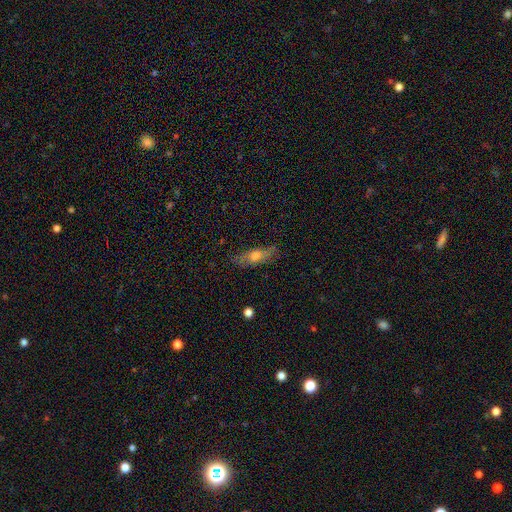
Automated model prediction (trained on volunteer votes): The model was most divided on "how rounded": in between: 51%, cigar-shaped: 45%, round: 4%. More confident: merging — none (74%); smooth or featured — smooth (54%).